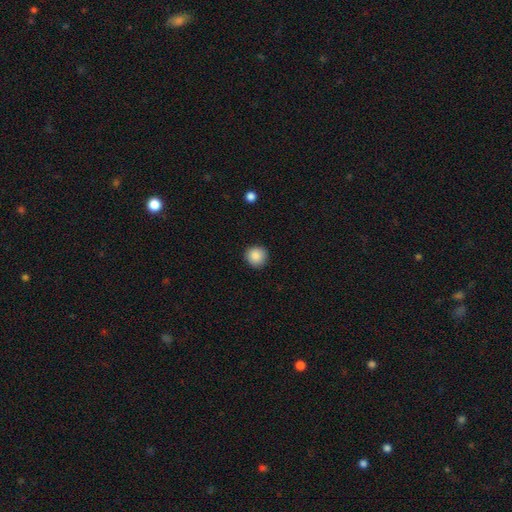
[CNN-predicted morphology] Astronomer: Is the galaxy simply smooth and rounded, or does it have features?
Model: smooth — 88%.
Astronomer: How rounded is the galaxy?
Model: round — 94%.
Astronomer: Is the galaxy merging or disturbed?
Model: none — 91%.